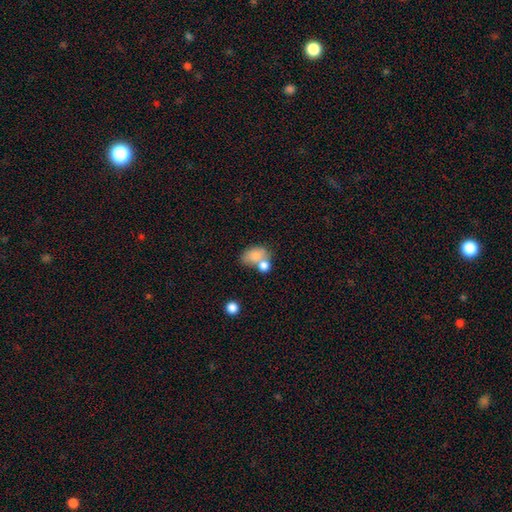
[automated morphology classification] Smooth or featured? Predicted: smooth (p=0.77). How rounded? Predicted: in between (p=0.79). Merging? Predicted: merger (p=0.47).